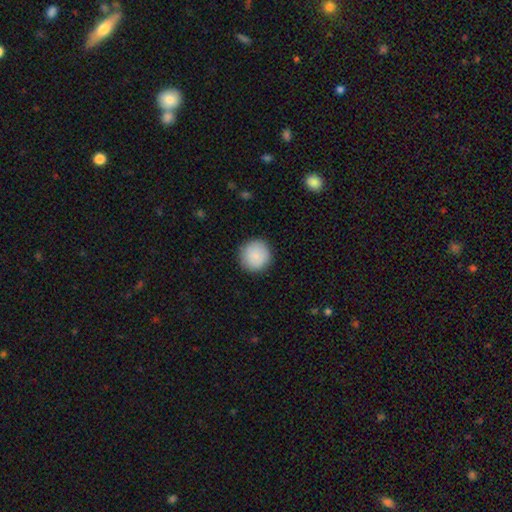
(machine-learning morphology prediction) smooth_or_featured: smooth (p=0.88) [alt: star or artifact p=0.07]
how_rounded: round (p=0.94) [alt: in between p=0.05]
merging: none (p=0.90) [alt: minor disturbance p=0.07]